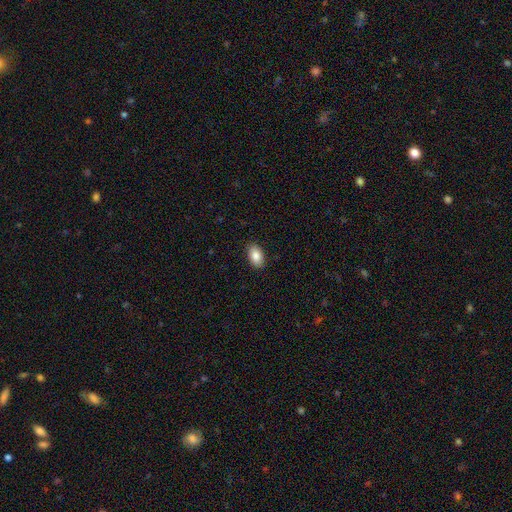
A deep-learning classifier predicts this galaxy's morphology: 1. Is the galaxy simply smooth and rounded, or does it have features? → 85% smooth, 7% featured or disk, 7% star or artifact.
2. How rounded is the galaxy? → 91% in between, 7% round, 1% cigar-shaped.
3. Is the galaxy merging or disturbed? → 89% none, 8% minor disturbance, 2% major disturbance, 1% merger.